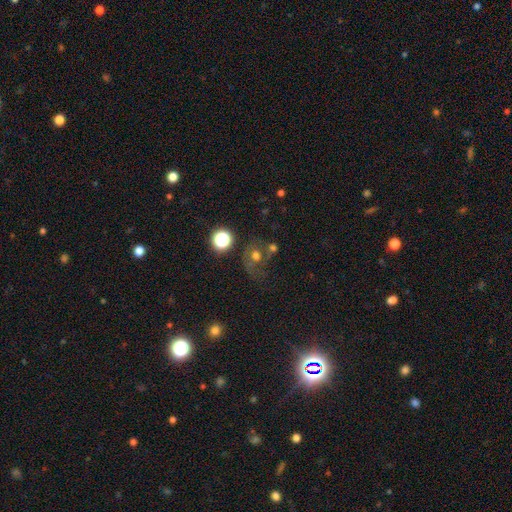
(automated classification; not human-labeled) Morphology: type=smooth (50%); merging=none (38%).